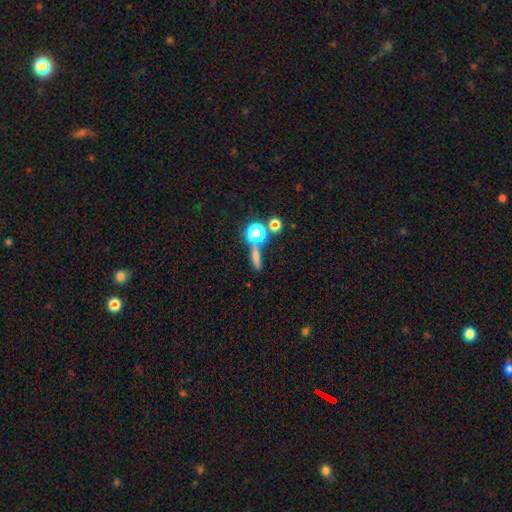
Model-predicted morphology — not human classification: Overall: smooth (56%; star or artifact 29%). How rounded: cigar-shaped (44%; round 28%). Merging: none (58%; merger 23%).